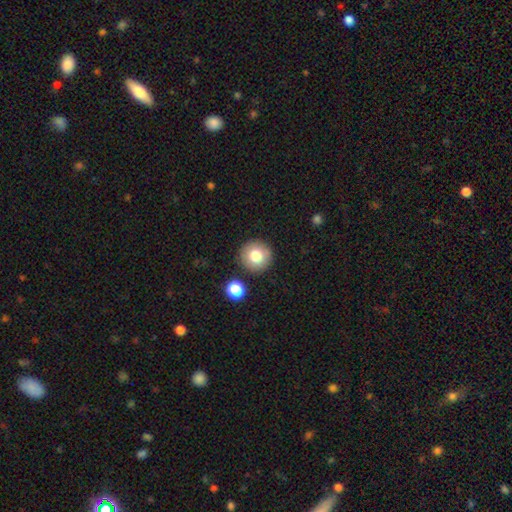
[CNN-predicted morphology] Smooth or featured?
  - smooth: 77% *
  - featured or disk: 13%
  - star or artifact: 11%
How rounded?
  - round: 95% *
  - in between: 4%
  - cigar-shaped: 1%
Merging?
  - none: 87% *
  - minor disturbance: 7%
  - merger: 4%
  - major disturbance: 2%